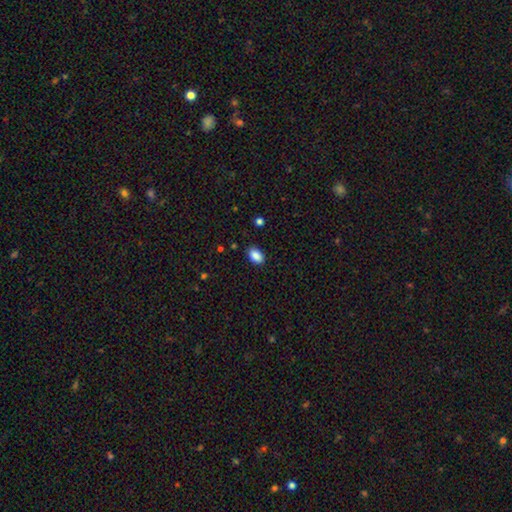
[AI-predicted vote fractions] smooth_or_featured: smooth (p=0.88) [alt: star or artifact p=0.08]
how_rounded: in between (p=0.90) [alt: round p=0.09]
merging: none (p=0.87) [alt: minor disturbance p=0.10]